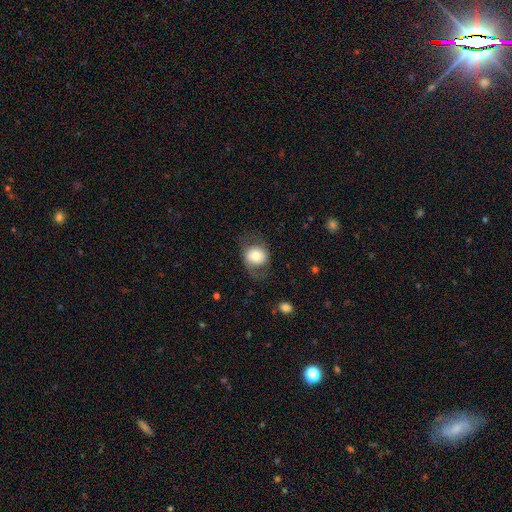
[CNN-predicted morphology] The model was most divided on "smooth or featured": smooth: 62%, featured or disk: 31%, star or artifact: 8%. More confident: how rounded — round (67%); merging — none (61%).